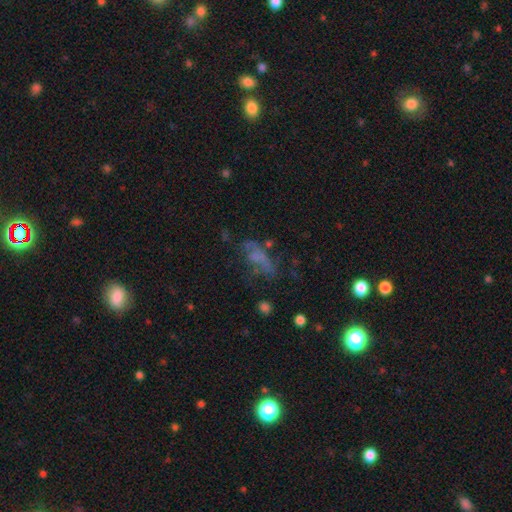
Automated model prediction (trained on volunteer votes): This is marginally a smooth galaxy (39%). Merging: marginally none (41%).